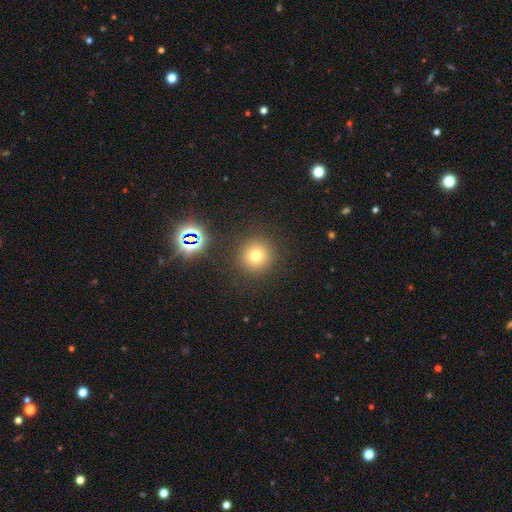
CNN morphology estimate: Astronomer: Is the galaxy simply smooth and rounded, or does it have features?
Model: smooth — 71%.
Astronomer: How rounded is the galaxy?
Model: round — 94%.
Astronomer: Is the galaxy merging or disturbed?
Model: none — 88%.